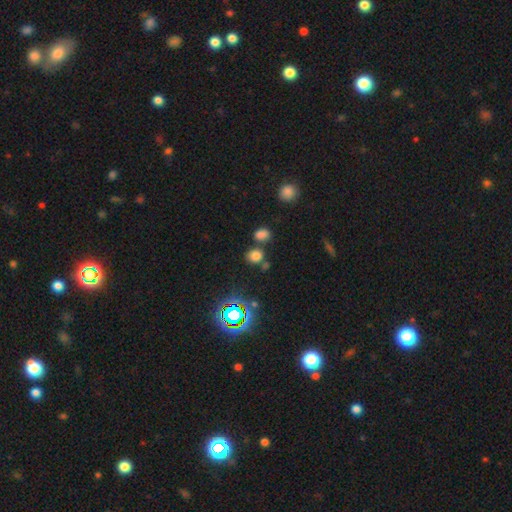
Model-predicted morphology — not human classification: Smooth or featured? Predicted: smooth (p=0.71). How rounded? Predicted: round (p=0.69). Merging? Predicted: none (p=0.67).